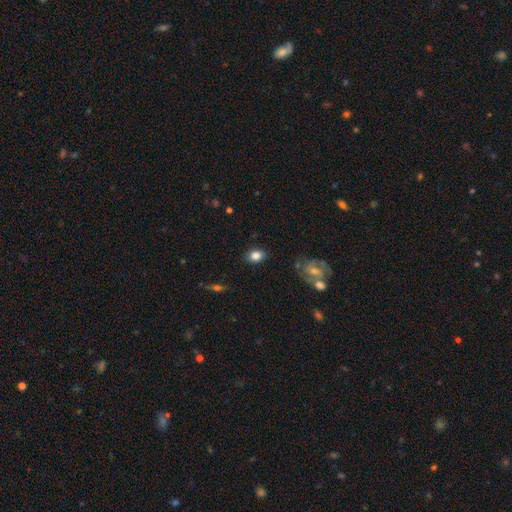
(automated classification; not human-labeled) Smooth or featured? Predicted: smooth (p=0.83). How rounded? Predicted: in between (p=0.67). Merging? Predicted: none (p=0.85).